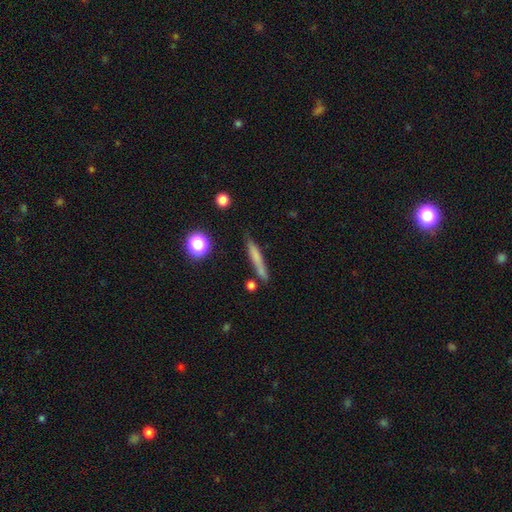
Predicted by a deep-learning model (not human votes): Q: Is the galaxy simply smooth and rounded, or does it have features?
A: smooth — 68%.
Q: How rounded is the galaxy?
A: cigar-shaped — 91%.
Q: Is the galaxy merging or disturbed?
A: none — 76%.